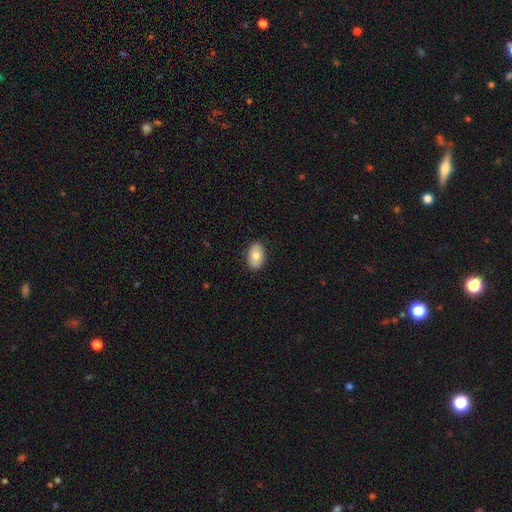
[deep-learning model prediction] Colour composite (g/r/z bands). It shows a smooth galaxy with no disk features (78%) that is in between round and cigar-shaped (88%). Merging: none (87%).